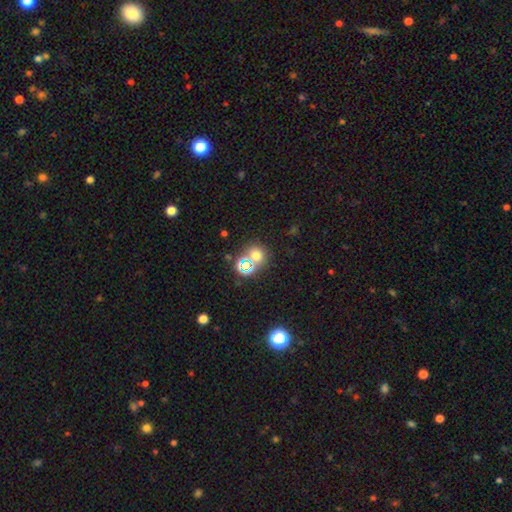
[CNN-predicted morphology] Smooth or featured: smooth — 59% (star or artifact — 32%)
How rounded: round — 83% (in between — 16%)
Merging: none — 69% (merger — 18%)